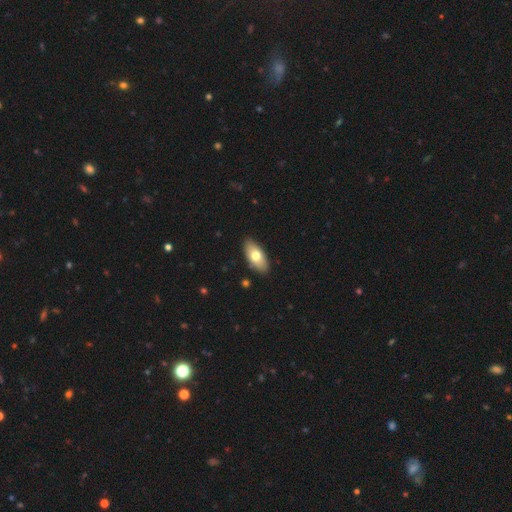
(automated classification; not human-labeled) The model was most divided on "smooth or featured": smooth: 68%, featured or disk: 26%, star or artifact: 6%. More confident: how rounded — in between (89%); merging — none (88%).